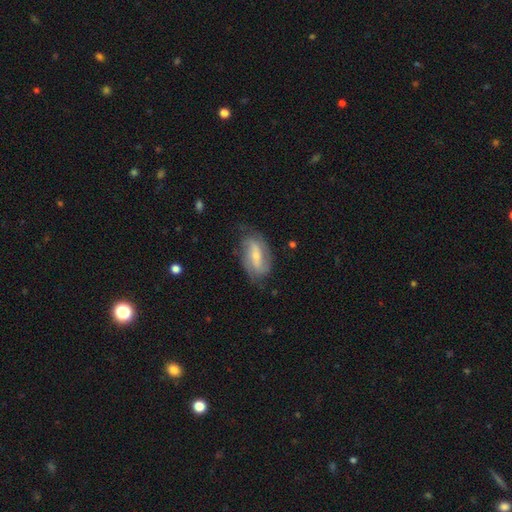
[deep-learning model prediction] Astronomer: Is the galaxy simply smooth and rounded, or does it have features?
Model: featured or disk — 70%.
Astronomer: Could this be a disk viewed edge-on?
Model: no — 92%.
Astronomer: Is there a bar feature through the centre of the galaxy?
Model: strong — 41% (runner-up: weak, 37%).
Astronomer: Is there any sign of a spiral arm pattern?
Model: yes — 88%.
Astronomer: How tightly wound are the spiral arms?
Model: medium — 38% (runner-up: loose, 37%).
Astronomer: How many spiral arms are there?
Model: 2 — 78%.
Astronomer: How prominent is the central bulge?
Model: small — 58% (runner-up: moderate, 36%).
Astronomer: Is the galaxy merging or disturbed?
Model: none — 70%.